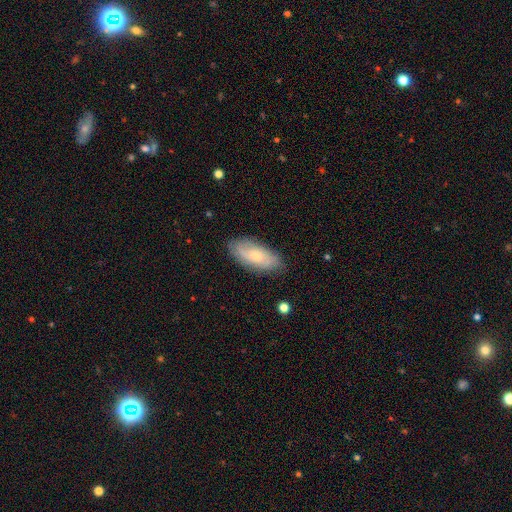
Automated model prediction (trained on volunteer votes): Overall: smooth (51%; featured or disk 42%). How rounded: in between (86%). Merging: none (78%).